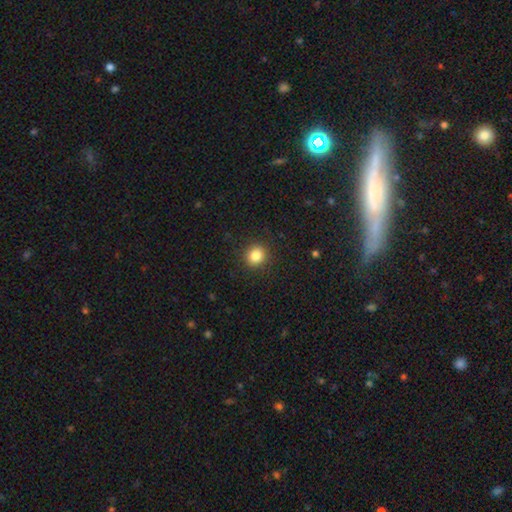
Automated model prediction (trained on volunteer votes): This is clearly a smooth galaxy (85%). How rounded: clearly round (88%). Merging: clearly none (90%).